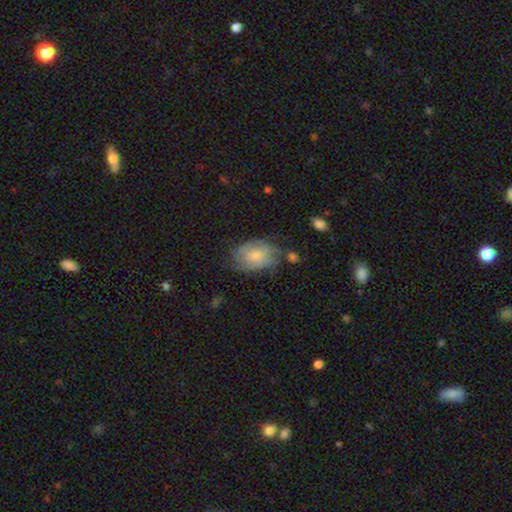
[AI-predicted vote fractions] smooth 54%, featured or disk 38%, star or artifact 8%. Down the decision tree: how rounded — in between (79%); merging — none (56%).